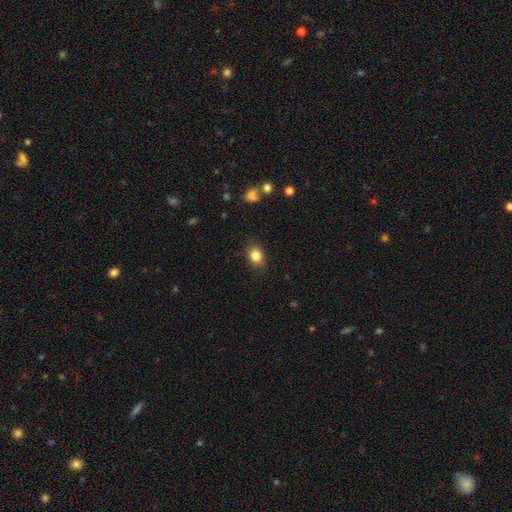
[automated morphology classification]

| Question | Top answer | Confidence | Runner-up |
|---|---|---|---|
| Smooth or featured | smooth | 84% | star or artifact (10%) |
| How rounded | in between | 50% | round (49%) |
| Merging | none | 87% | minor disturbance (10%) |